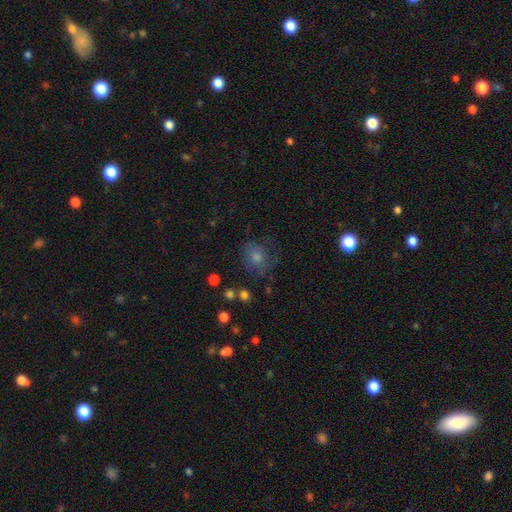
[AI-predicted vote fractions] Overall: smooth (47%; featured or disk 31%). Merging: none (67%).